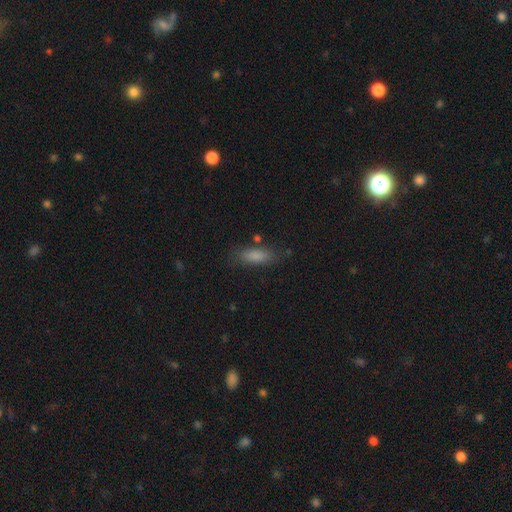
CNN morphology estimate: A smooth galaxy with no disk features (83%) that is in between round and cigar-shaped (69%).

Vote fractions:
- Smooth or featured? smooth: 83% / featured or disk: 9% / star or artifact: 8%
- How rounded? in between: 69% / cigar-shaped: 28% / round: 3%
- Merging? none: 76% / minor disturbance: 16% / major disturbance: 5% / merger: 4%